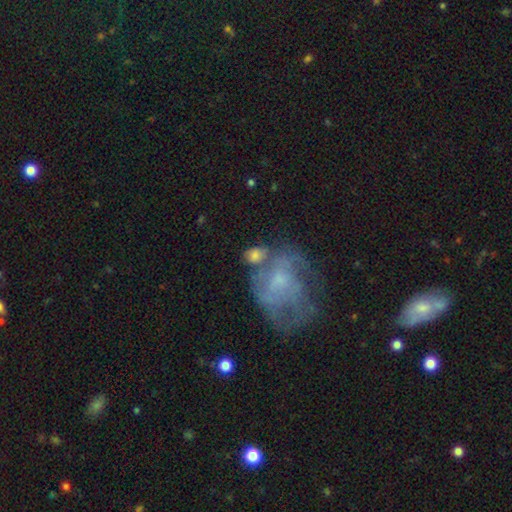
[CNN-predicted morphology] This appears to be a smooth galaxy with no disk features (50%) that is in between round and cigar-shaped (59%). Merging: none (36%).